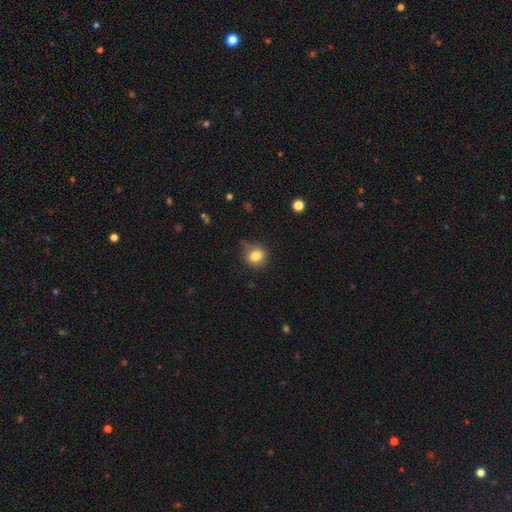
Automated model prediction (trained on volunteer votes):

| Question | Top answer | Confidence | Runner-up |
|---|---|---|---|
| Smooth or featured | smooth | 82% | star or artifact (11%) |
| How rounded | round | 72% | in between (27%) |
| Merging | none | 73% | minor disturbance (20%) |